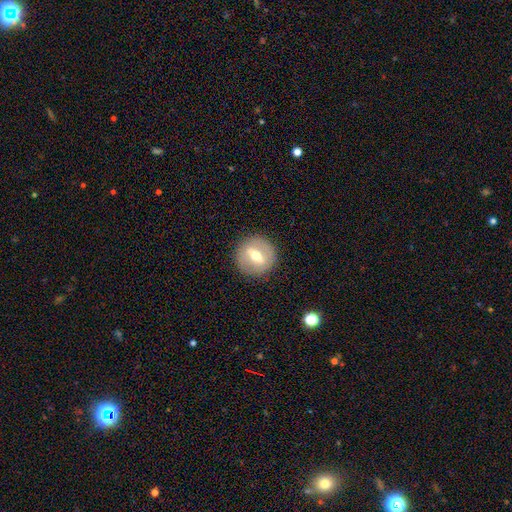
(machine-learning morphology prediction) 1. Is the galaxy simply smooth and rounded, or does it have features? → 57% featured or disk, 35% smooth, 8% star or artifact.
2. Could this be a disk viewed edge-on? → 79% no, 21% yes.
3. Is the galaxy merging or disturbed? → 88% none, 8% minor disturbance, 3% major disturbance, 1% merger.